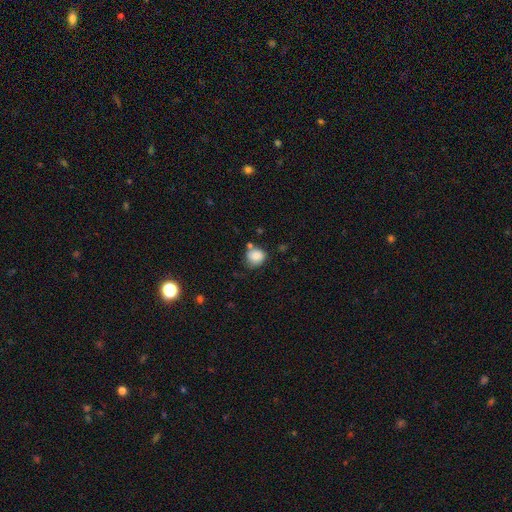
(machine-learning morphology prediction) type=smooth (84%); roundness=round (78%); merging=none (57%).